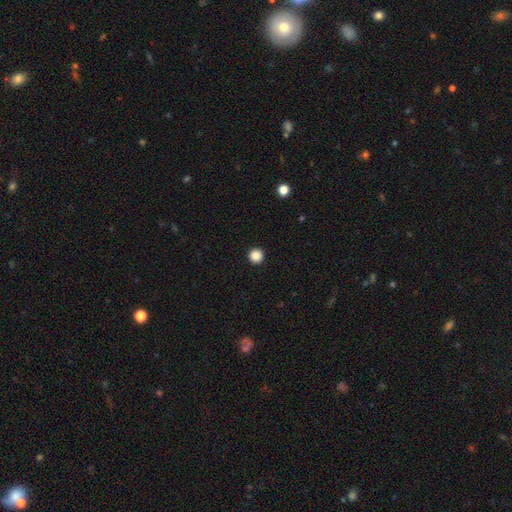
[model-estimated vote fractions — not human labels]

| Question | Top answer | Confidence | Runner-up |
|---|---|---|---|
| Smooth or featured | smooth | 88% | star or artifact (10%) |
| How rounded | round | 96% | in between (3%) |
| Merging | none | 94% | minor disturbance (3%) |